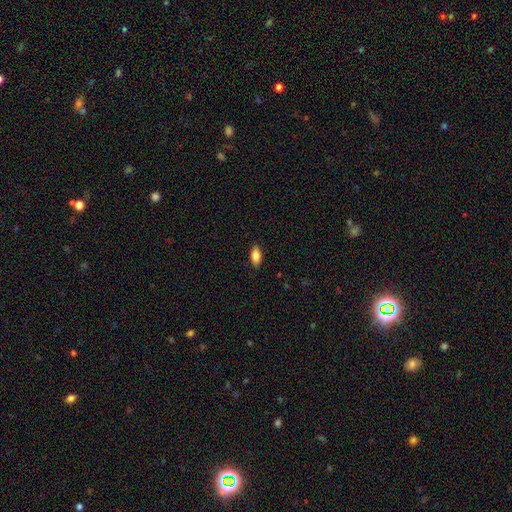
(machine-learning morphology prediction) type=smooth (81%); roundness=in between (88%); merging=none (87%).